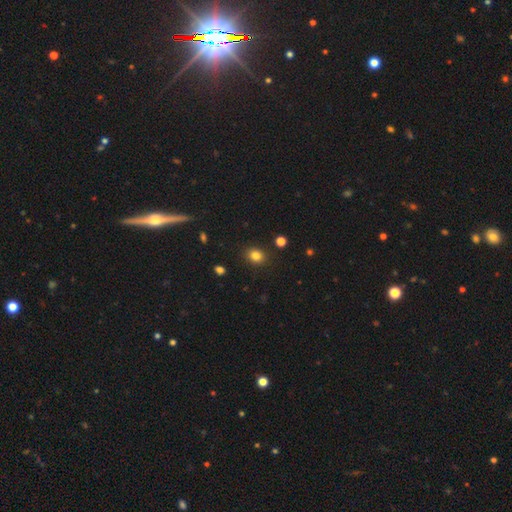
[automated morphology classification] This appears to be a smooth galaxy with no disk features (82%) that is round (62%). Merging: none (88%).